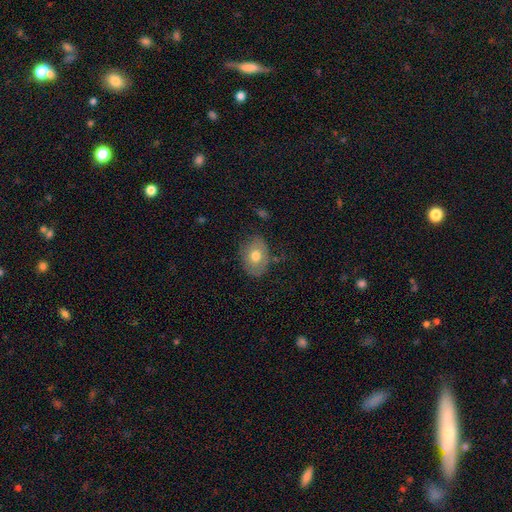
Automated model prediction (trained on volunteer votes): smooth_or_featured: smooth (p=0.67) [alt: featured or disk p=0.25]
how_rounded: in between (p=0.70) [alt: round p=0.29]
merging: none (p=0.75) [alt: minor disturbance p=0.19]